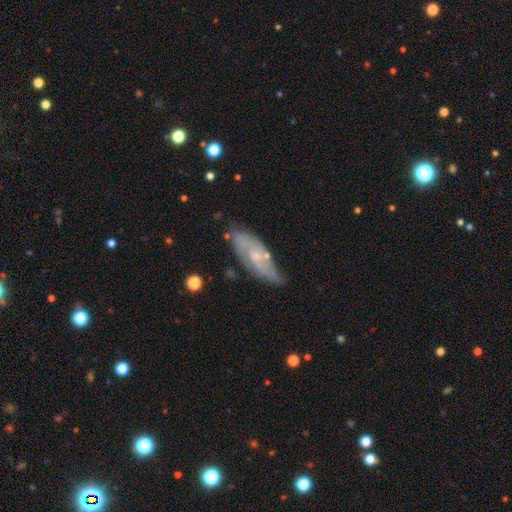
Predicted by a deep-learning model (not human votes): Q: Smooth or featured?
A: featured or disk (65%); runner-up: smooth (28%)
Q: Edge-on disk?
A: no (83%); runner-up: yes (17%)
Q: Bar?
A: no (63%); runner-up: weak (32%)
Q: Spiral arms?
A: yes (79%); runner-up: no (21%)
Q: Bulge size?
A: small (62%); runner-up: moderate (26%)
Q: Merging?
A: none (65%); runner-up: minor disturbance (25%)